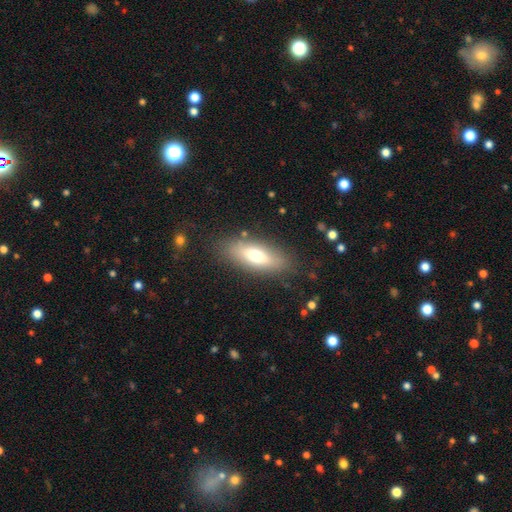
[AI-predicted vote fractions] A smooth galaxy with no disk features (65%) that is in between round and cigar-shaped (67%).

Vote fractions:
- Smooth or featured? smooth: 65% / featured or disk: 27% / star or artifact: 8%
- How rounded? in between: 67% / cigar-shaped: 30% / round: 3%
- Merging? none: 83% / minor disturbance: 11% / major disturbance: 4% / merger: 2%